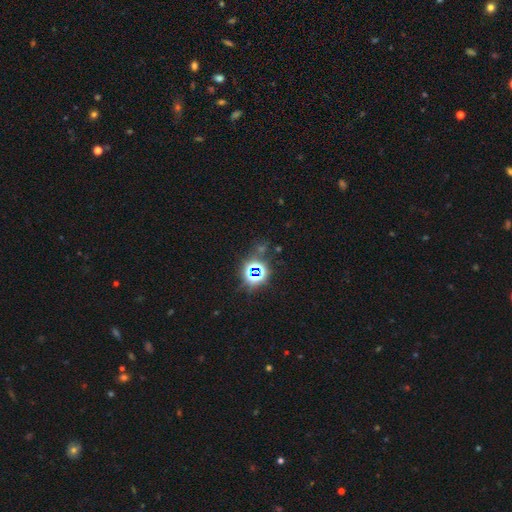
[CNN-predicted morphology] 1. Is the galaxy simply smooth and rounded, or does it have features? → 75% star or artifact, 16% smooth, 8% featured or disk.